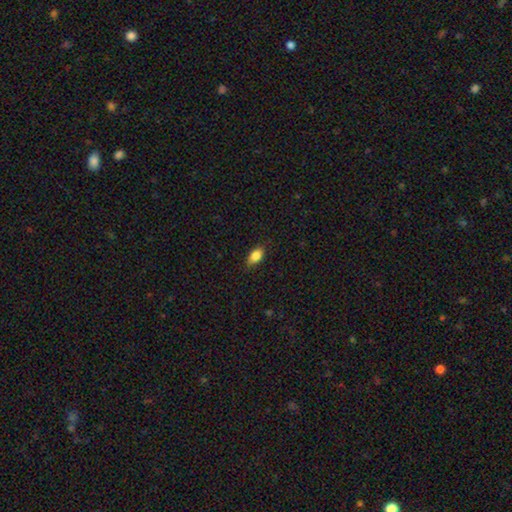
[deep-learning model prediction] Smooth or featured: smooth — 83% (featured or disk — 9%)
How rounded: in between — 86% (round — 7%)
Merging: none — 83% (minor disturbance — 13%)